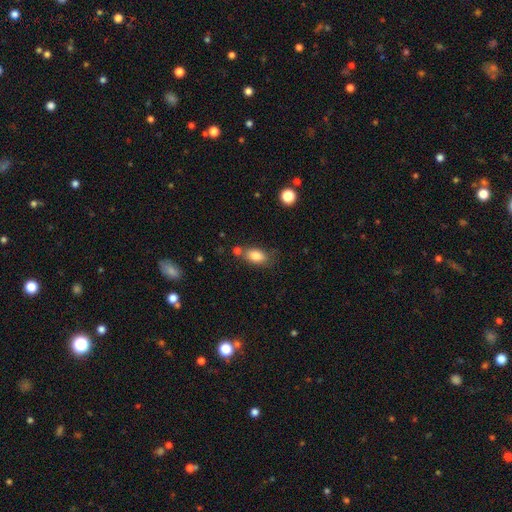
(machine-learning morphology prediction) type=smooth (83%); roundness=in between (87%); merging=none (61%).